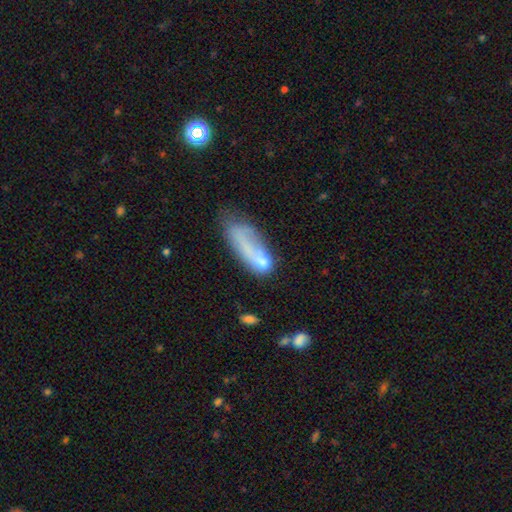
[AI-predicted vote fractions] Smooth or featured?
  - smooth: 62% *
  - featured or disk: 29%
  - star or artifact: 9%
How rounded?
  - in between: 58% *
  - cigar-shaped: 39%
  - round: 3%
Merging?
  - none: 34% *
  - minor disturbance: 27%
  - major disturbance: 24%
  - merger: 16%